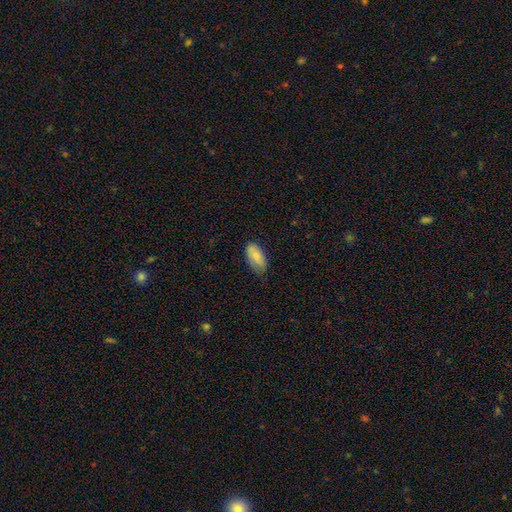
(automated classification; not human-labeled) smooth_or_featured: smooth (p=0.72) [alt: featured or disk p=0.21]
how_rounded: in between (p=0.93) [alt: cigar-shaped p=0.04]
merging: none (p=0.66) [alt: minor disturbance p=0.27]